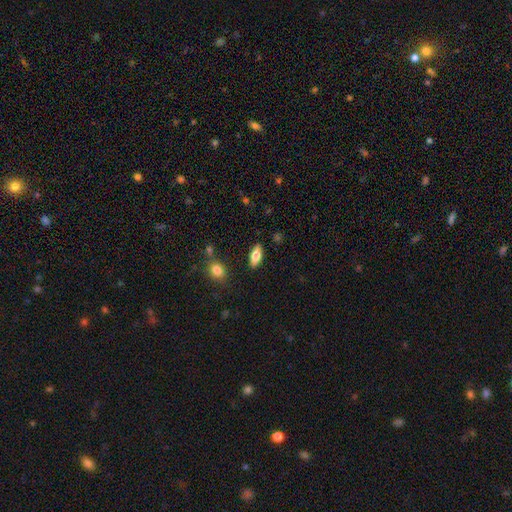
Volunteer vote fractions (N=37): Volunteers were most divided on "smooth or featured": smooth: 76%, featured or disk: 16%, star or artifact: 8%. More confident: merging — none (97%); how rounded — in between (86%).